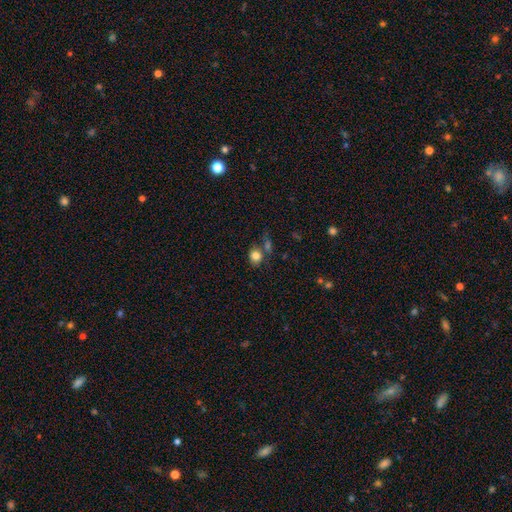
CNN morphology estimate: smooth-or-featured: smooth: 82% | star or artifact: 10% | featured or disk: 7%
  how-rounded: round: 68% | in between: 31% | cigar-shaped: 1%
  merging: none: 57% | merger: 22% | minor disturbance: 15% | major disturbance: 7%